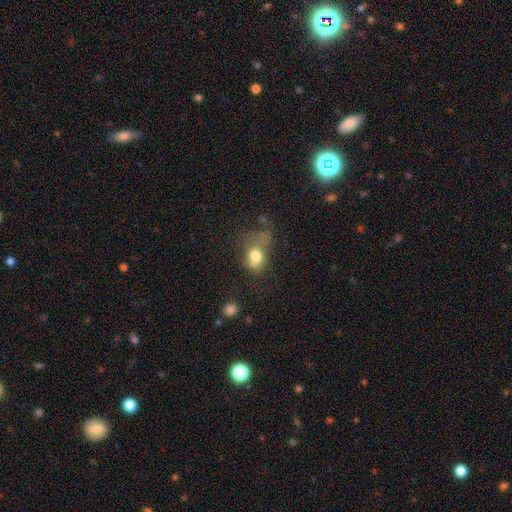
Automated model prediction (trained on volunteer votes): Smooth or featured? Predicted: smooth (p=0.69). How rounded? Predicted: in between (p=0.63). Merging? Predicted: major disturbance (p=0.41).